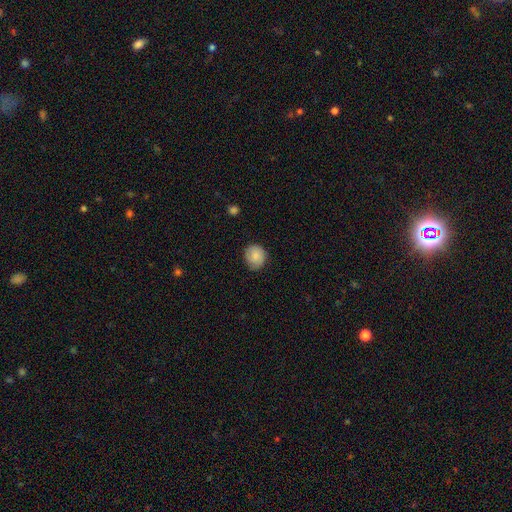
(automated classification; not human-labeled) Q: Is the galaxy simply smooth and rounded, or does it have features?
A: smooth — 86%.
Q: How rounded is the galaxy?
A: round — 82%.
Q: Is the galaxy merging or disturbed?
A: none — 80%.